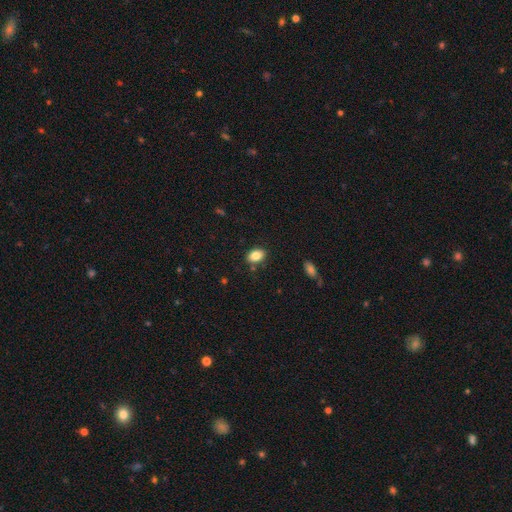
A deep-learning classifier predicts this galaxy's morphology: smooth 84%, star or artifact 8%, featured or disk 8%. Down the decision tree: how rounded — in between (82%); merging — none (83%).